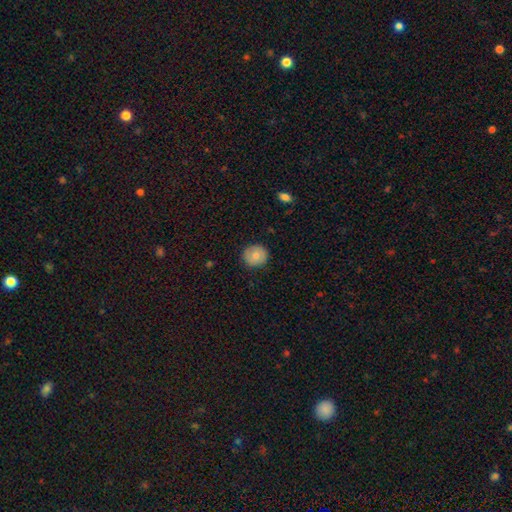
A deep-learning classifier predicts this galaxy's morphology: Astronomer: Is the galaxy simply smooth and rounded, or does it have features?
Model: smooth — 74%.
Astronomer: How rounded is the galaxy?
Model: round — 89%.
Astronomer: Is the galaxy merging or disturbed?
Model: none — 89%.